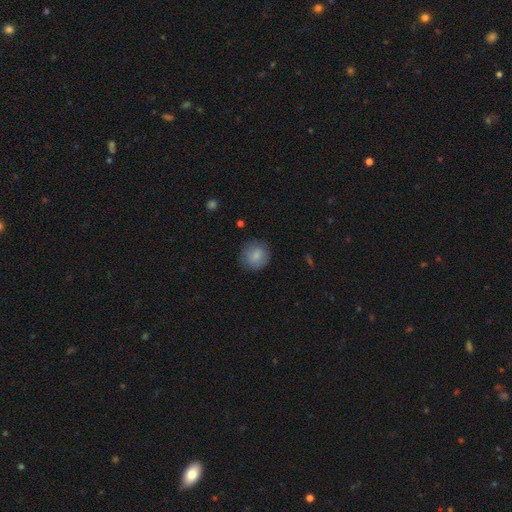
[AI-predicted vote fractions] smooth-or-featured: smooth: 81% | featured or disk: 12% | star or artifact: 8%
  how-rounded: round: 86% | in between: 13% | cigar-shaped: 1%
  merging: none: 83% | minor disturbance: 12% | major disturbance: 3% | merger: 1%